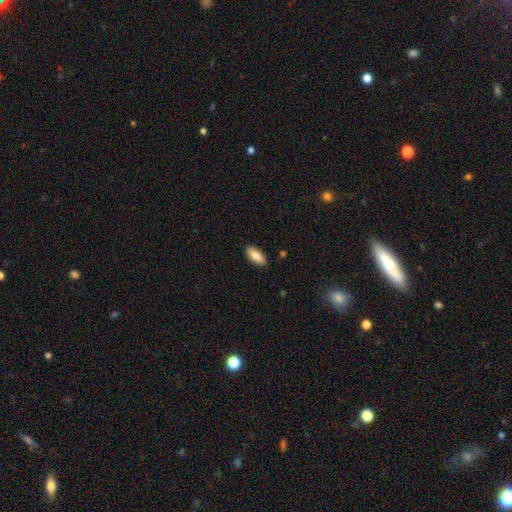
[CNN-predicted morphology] Smooth or featured?
  - smooth: 80% *
  - featured or disk: 14%
  - star or artifact: 6%
How rounded?
  - in between: 86% *
  - cigar-shaped: 12%
  - round: 2%
Merging?
  - none: 89% *
  - minor disturbance: 8%
  - major disturbance: 2%
  - merger: 1%